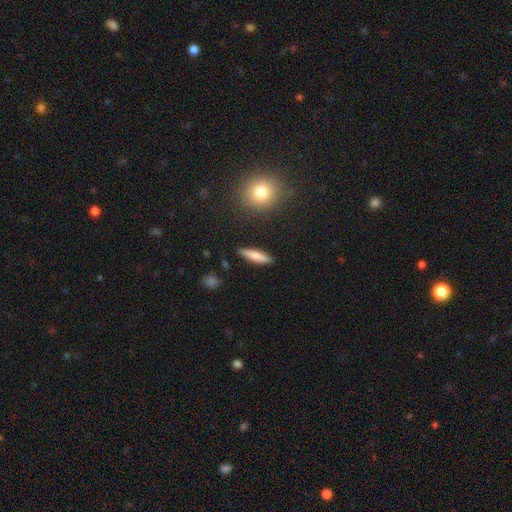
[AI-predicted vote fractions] Smooth or featured? Predicted: smooth (p=0.75). How rounded? Predicted: cigar-shaped (p=0.75). Merging? Predicted: none (p=0.88).